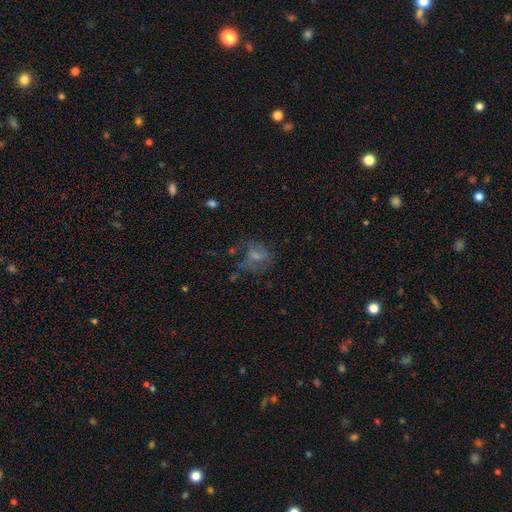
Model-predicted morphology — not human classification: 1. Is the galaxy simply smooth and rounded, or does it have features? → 51% smooth, 33% featured or disk, 16% star or artifact.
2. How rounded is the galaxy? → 52% round, 46% in between, 2% cigar-shaped.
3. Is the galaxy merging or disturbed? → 40% none, 33% major disturbance, 22% minor disturbance, 5% merger.